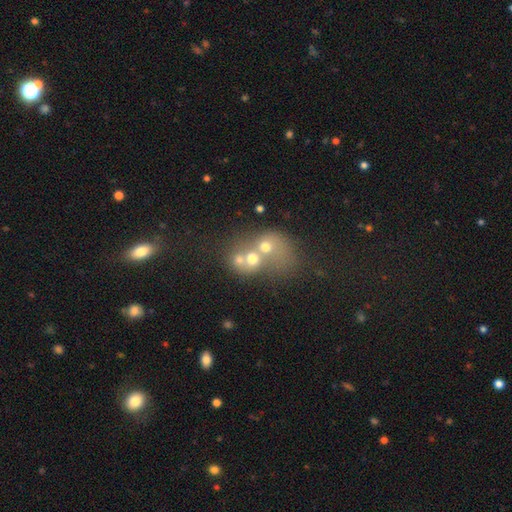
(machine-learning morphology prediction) smooth_or_featured: smooth (p=0.48) [alt: featured or disk p=0.32]
merging: merger (p=0.72) [alt: none p=0.17]